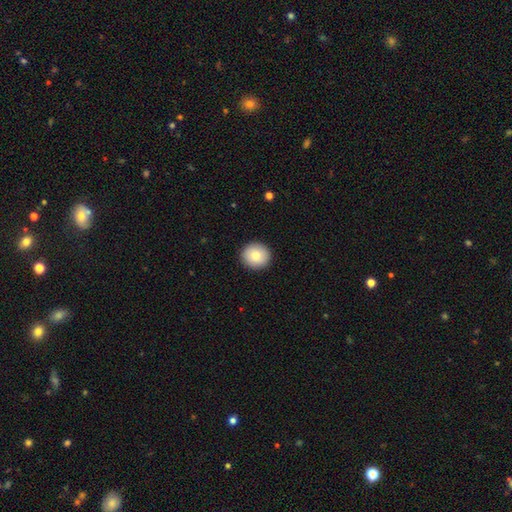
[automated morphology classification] This is clearly a smooth galaxy (82%). How rounded: clearly round (90%). Merging: clearly none (92%).